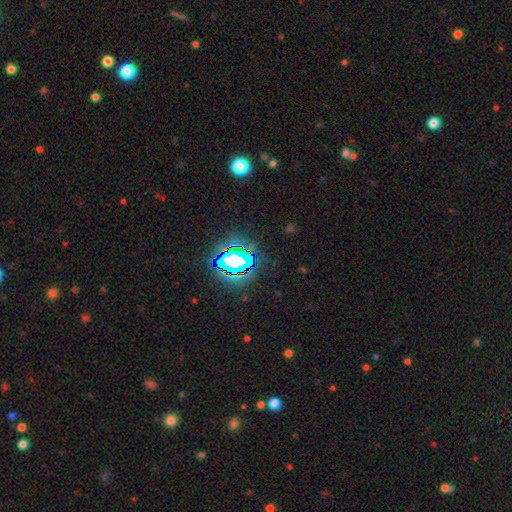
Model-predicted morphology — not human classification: Smooth or featured? Predicted: star or artifact (p=0.80).